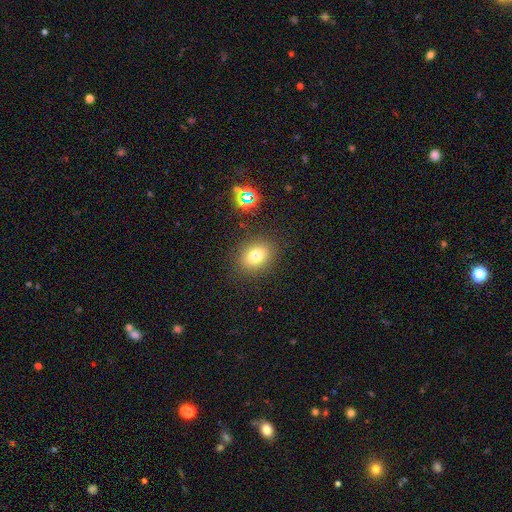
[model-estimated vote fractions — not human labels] Smooth or featured? smooth (75%)
How rounded? in between (50%)
Merging? none (85%)